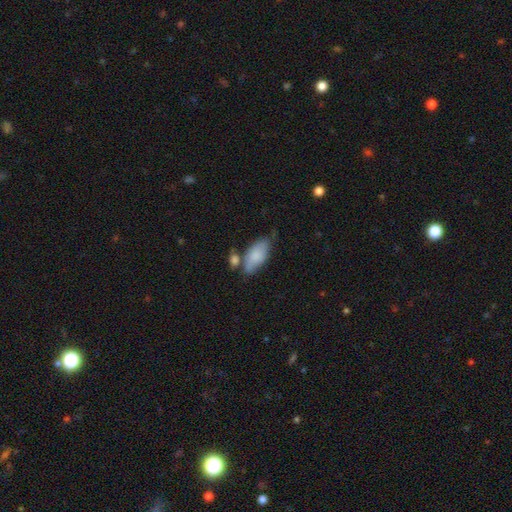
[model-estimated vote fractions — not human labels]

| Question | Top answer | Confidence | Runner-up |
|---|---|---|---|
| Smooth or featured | smooth | 80% | featured or disk (14%) |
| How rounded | in between | 90% | cigar-shaped (7%) |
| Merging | none | 49% | minor disturbance (25%) |